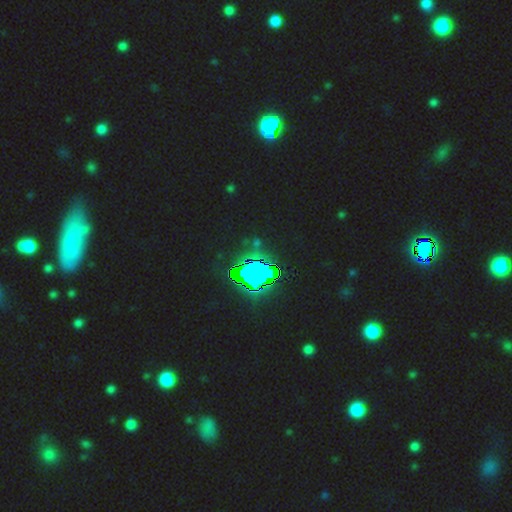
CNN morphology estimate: star or artifact 82%, smooth 11%, featured or disk 8%.